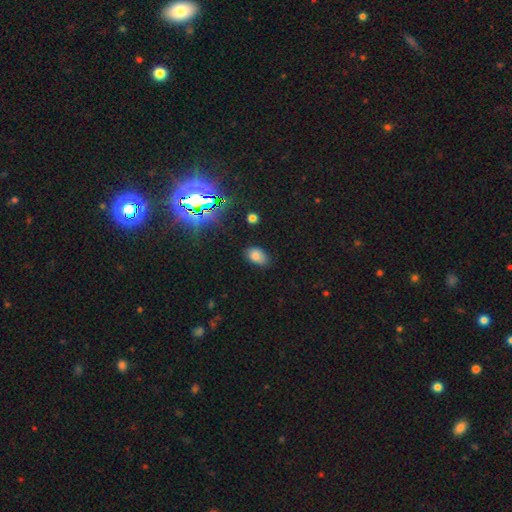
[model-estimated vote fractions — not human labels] Smooth or featured: smooth — 74% (star or artifact — 18%)
How rounded: in between — 88% (round — 11%)
Merging: none — 76% (minor disturbance — 18%)